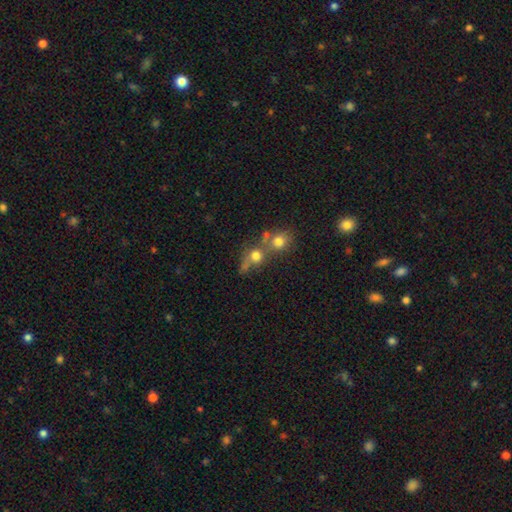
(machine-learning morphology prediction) type=smooth (64%); roundness=round (77%); merging=merger (51%).